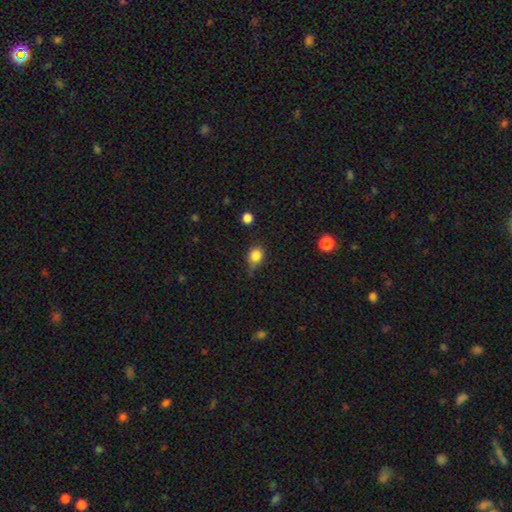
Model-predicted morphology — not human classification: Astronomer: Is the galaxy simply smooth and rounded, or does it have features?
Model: smooth — 83%.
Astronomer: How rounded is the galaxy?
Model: round — 65%.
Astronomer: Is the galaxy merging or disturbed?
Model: none — 56% (runner-up: minor disturbance, 33%).